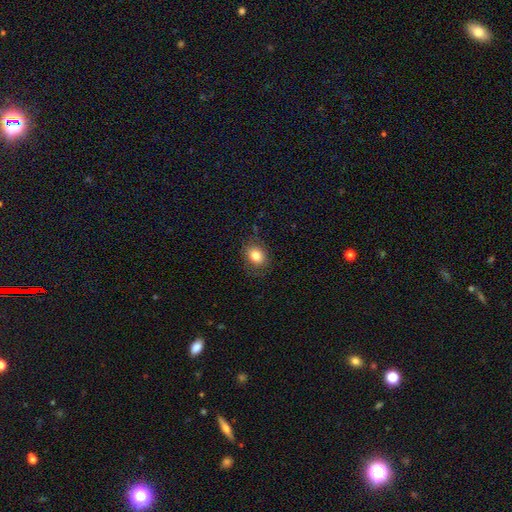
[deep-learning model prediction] Overall: smooth (81%). How rounded: in between (55%; round 44%). Merging: none (80%).